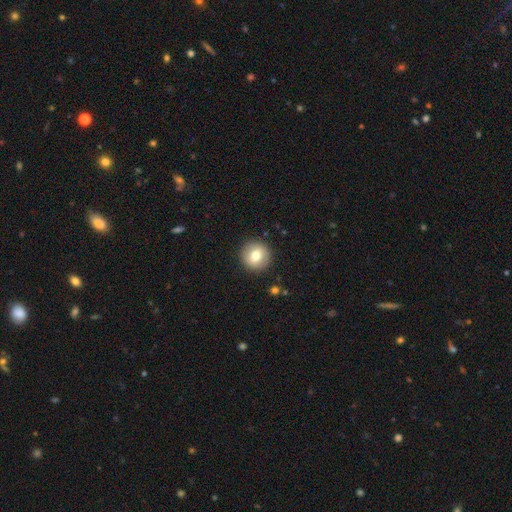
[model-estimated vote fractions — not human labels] smooth_or_featured: smooth (p=0.74) [alt: featured or disk p=0.17]
how_rounded: round (p=0.95) [alt: in between p=0.04]
merging: none (p=0.92) [alt: minor disturbance p=0.05]